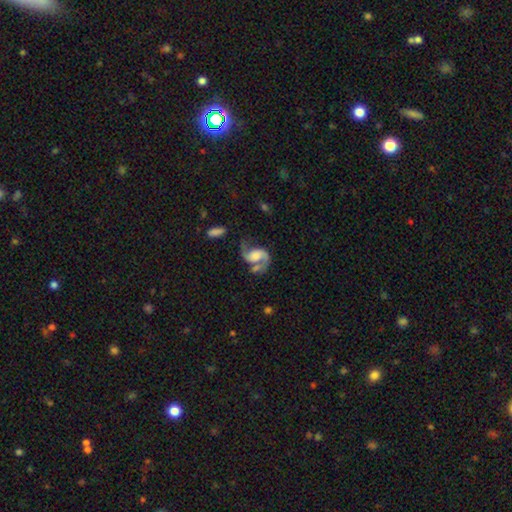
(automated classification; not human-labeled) Smooth or featured?
  - featured or disk: 86% *
  - smooth: 8%
  - star or artifact: 6%
Edge-on disk?
  - no: 98% *
  - yes: 2%
Bar?
  - no: 53% *
  - weak: 35%
  - strong: 12%
Spiral arms?
  - yes: 96% *
  - no: 4%
Spiral winding?
  - loose: 47% *
  - medium: 44%
  - tight: 9%
Spiral arm count?
  - 2: 91% *
  - 1: 4%
  - can't tell: 2%
  - 3: 1%
  - 4: 1%
  - more than 4: 1%
Bulge size?
  - large: 30% *
  - moderate: 26%
  - none: 25%
  - small: 15%
  - dominant: 4%
Merging?
  - none: 53% *
  - minor disturbance: 19%
  - major disturbance: 15%
  - merger: 13%